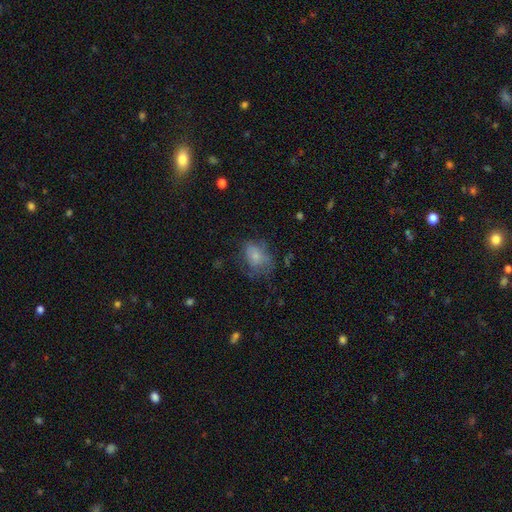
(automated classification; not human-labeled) The model was most divided on "merging": none: 42%, minor disturbance: 29%, major disturbance: 26%, merger: 2%. More confident: how rounded — in between (68%); smooth or featured — smooth (65%).